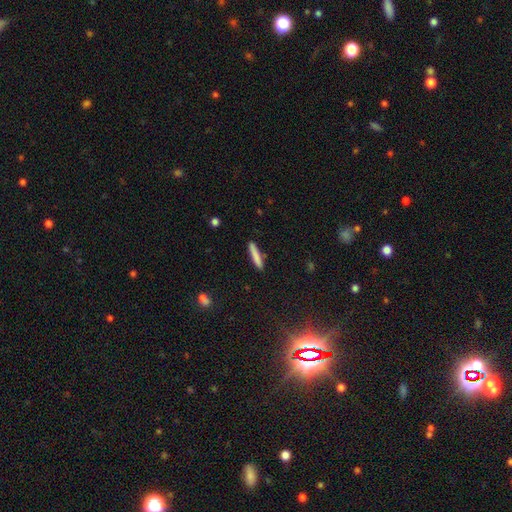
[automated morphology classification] Smooth or featured? Predicted: smooth (p=0.82). How rounded? Predicted: cigar-shaped (p=0.92). Merging? Predicted: none (p=0.88).